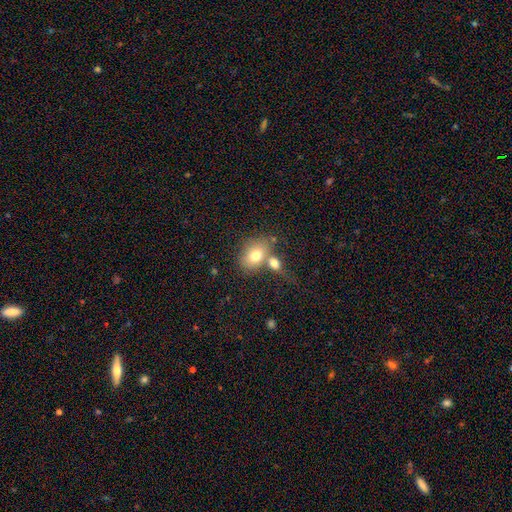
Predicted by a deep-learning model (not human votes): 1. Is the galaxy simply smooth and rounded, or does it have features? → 75% smooth, 16% featured or disk, 9% star or artifact.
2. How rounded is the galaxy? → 73% in between, 25% round, 1% cigar-shaped.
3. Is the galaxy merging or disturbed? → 44% none, 38% merger, 12% minor disturbance, 6% major disturbance.